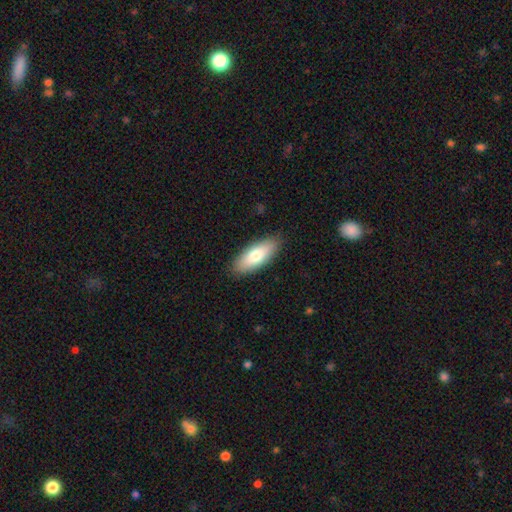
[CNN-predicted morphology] smooth 76%, featured or disk 18%, star or artifact 6%. Down the decision tree: how rounded — in between (75%); merging — none (88%).